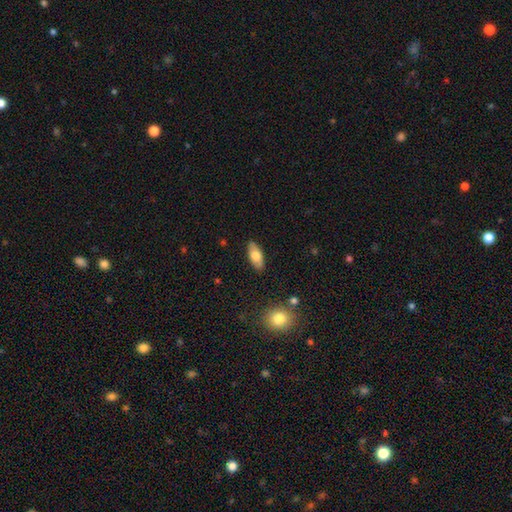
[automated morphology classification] This is likely a smooth galaxy (71%). How rounded: clearly in between (86%). Merging: clearly none (88%).